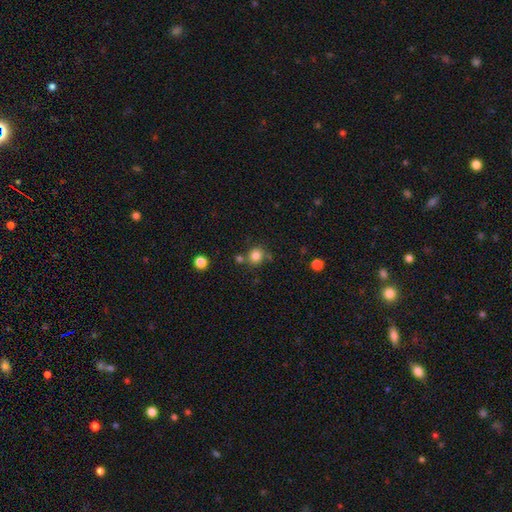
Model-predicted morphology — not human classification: This appears to be a smooth galaxy with no disk features (82%) that is round (89%). Merging: none (72%).